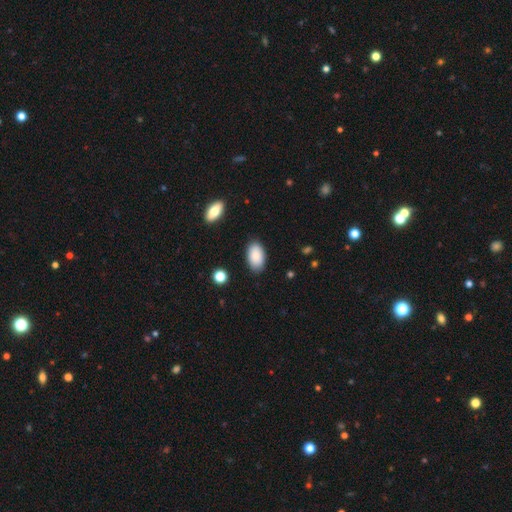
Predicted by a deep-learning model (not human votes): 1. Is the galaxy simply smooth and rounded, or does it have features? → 88% smooth, 7% star or artifact, 5% featured or disk.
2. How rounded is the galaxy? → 95% in between, 4% round, 2% cigar-shaped.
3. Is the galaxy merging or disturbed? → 86% none, 10% minor disturbance, 2% major disturbance, 1% merger.